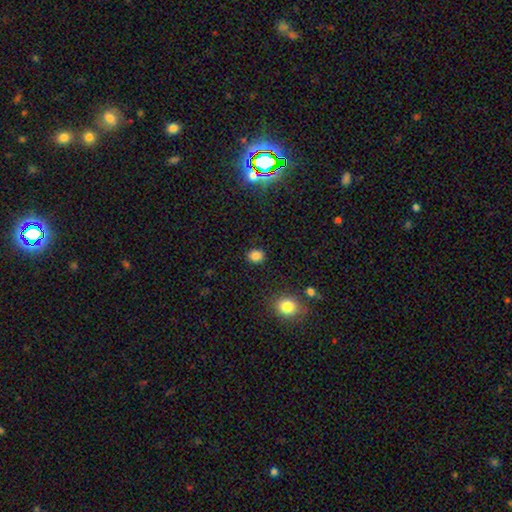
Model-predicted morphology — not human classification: Smooth or featured? smooth (84%)
How rounded? round (64%)
Merging? none (87%)